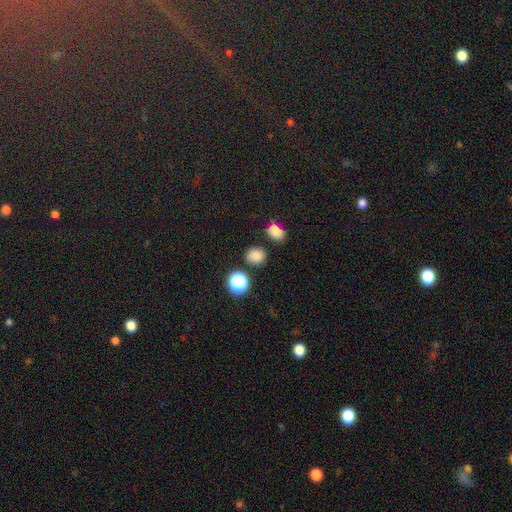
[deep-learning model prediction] Smooth or featured? smooth (80%)
How rounded? round (64%)
Merging? none (81%)